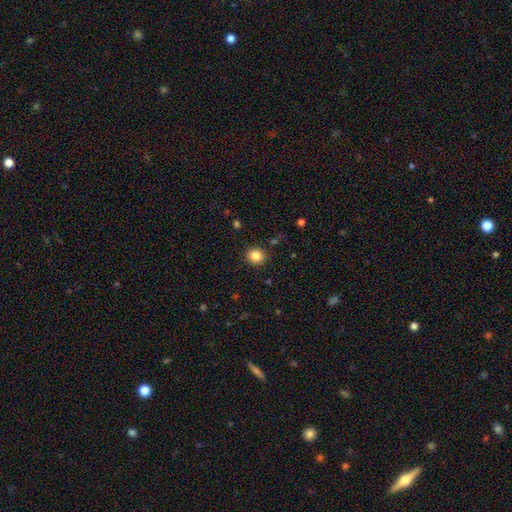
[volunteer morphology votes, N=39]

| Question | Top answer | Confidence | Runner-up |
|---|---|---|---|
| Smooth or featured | smooth | 85% | star or artifact (10%) |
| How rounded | round | 82% | in between (18%) |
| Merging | none | 80% | major disturbance (9%) |